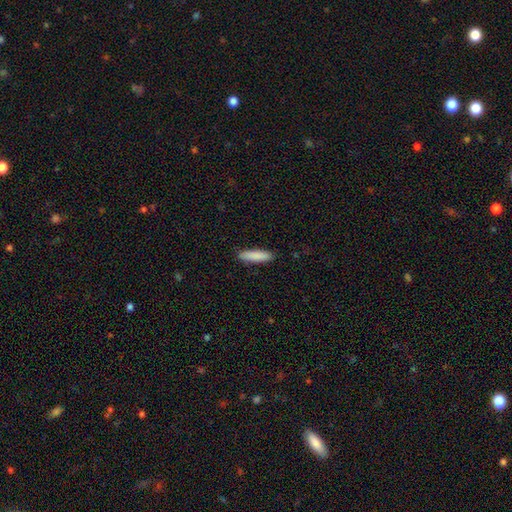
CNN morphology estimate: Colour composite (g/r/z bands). It shows a smooth galaxy with no disk features (88%) that is cigar-shaped (75%). Merging: none (90%).